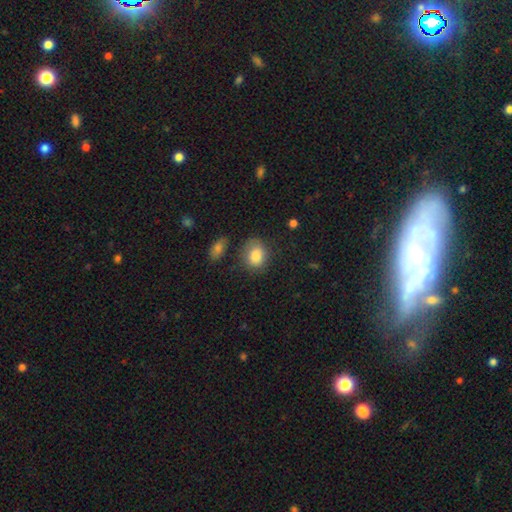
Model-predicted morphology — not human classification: This appears to be a smooth galaxy with no disk features (85%) that is in between round and cigar-shaped (54%). Merging: none (62%).